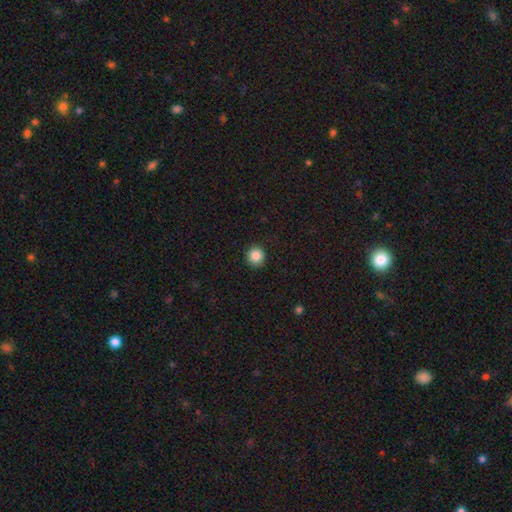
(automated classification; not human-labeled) smooth-or-featured: smooth: 87% | star or artifact: 9% | featured or disk: 4%
  how-rounded: round: 92% | in between: 7% | cigar-shaped: 1%
  merging: none: 91% | minor disturbance: 6% | major disturbance: 2% | merger: 1%